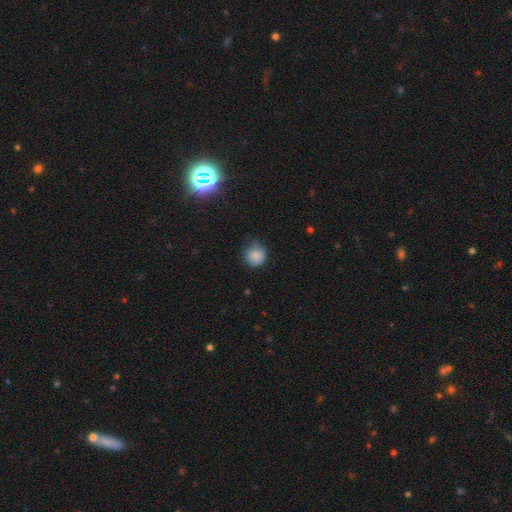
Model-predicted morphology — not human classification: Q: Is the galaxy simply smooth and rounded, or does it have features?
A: smooth — 84%.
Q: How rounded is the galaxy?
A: round — 89%.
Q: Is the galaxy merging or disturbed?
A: none — 62%.